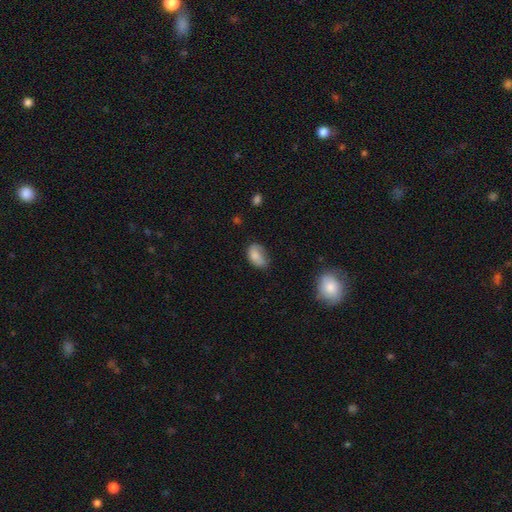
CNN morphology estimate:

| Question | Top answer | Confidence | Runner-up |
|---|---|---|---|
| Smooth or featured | smooth | 76% | featured or disk (15%) |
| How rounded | in between | 87% | round (11%) |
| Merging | none | 47% | minor disturbance (36%) |